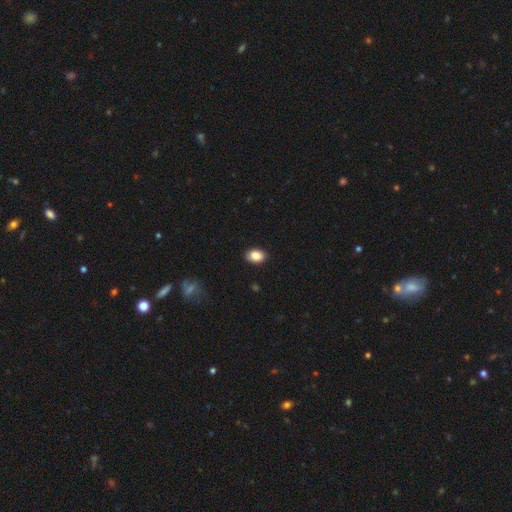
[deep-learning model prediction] Smooth or featured: smooth — 87% (star or artifact — 8%)
How rounded: in between — 82% (round — 17%)
Merging: none — 89% (minor disturbance — 8%)